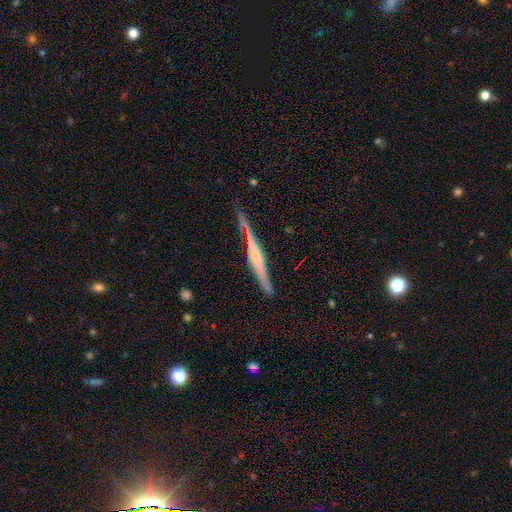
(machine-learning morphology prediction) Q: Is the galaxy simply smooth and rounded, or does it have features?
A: featured or disk — 76%.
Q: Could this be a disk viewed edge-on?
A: yes — 97%.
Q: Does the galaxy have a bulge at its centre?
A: rounded — 49%.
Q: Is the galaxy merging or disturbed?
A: none — 81%.